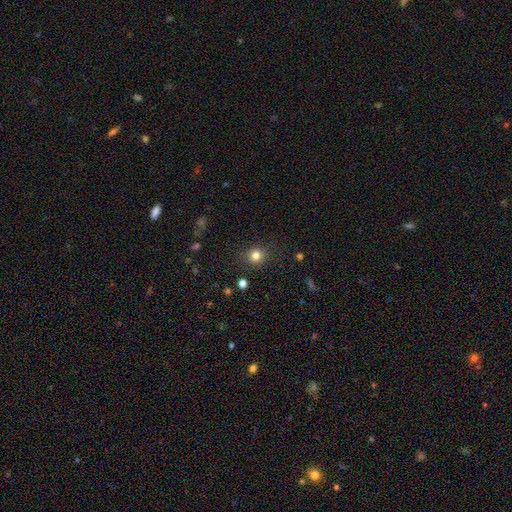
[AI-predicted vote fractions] This is clearly a smooth galaxy (81%). How rounded: clearly round (86%). Merging: clearly none (88%).